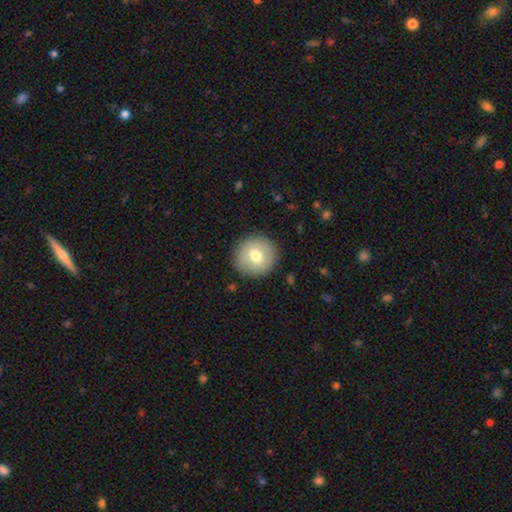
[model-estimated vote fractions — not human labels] Smooth or featured?
  - smooth: 71% *
  - featured or disk: 22%
  - star or artifact: 7%
How rounded?
  - round: 94% *
  - in between: 5%
  - cigar-shaped: 1%
Merging?
  - none: 90% *
  - minor disturbance: 7%
  - major disturbance: 2%
  - merger: 1%